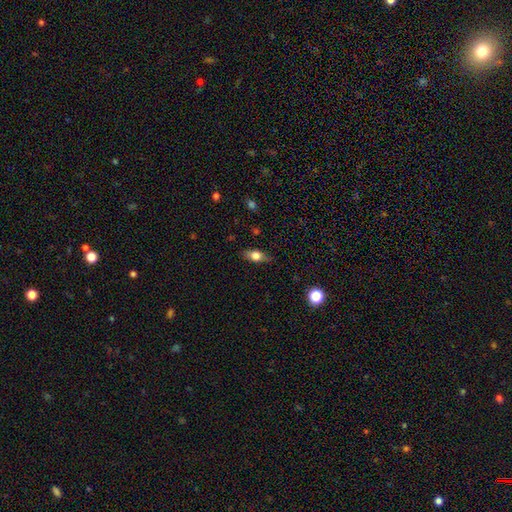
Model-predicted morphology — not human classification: The model was most divided on "smooth or featured": smooth: 67%, featured or disk: 24%, star or artifact: 8%. More confident: merging — none (80%); how rounded — in between (74%).